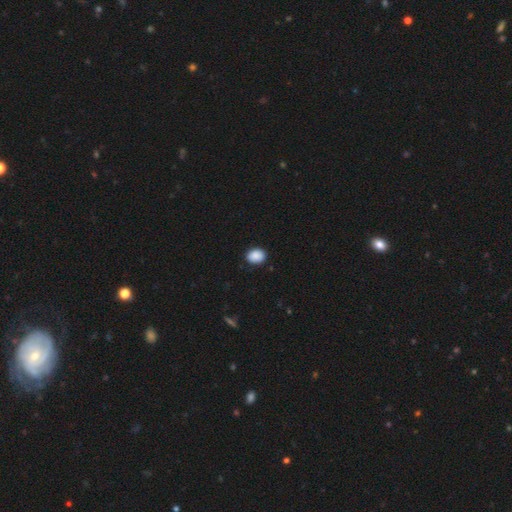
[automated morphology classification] Smooth or featured: smooth — 89% (star or artifact — 8%)
How rounded: in between — 52% (round — 47%)
Merging: none — 89% (minor disturbance — 8%)